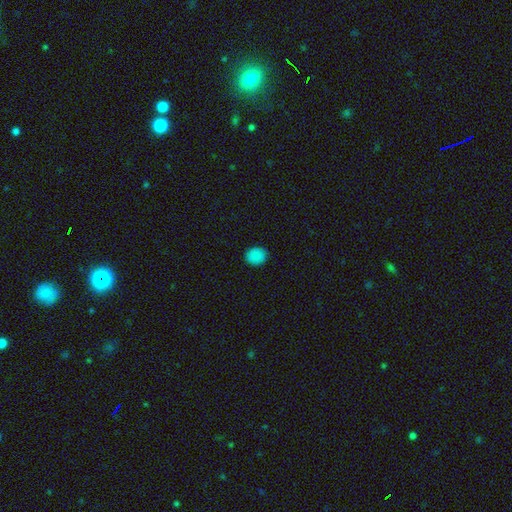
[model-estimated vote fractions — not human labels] Smooth or featured?
  - smooth: 85% *
  - star or artifact: 12%
  - featured or disk: 3%
How rounded?
  - round: 67% *
  - in between: 32%
  - cigar-shaped: 1%
Merging?
  - none: 89% *
  - minor disturbance: 8%
  - major disturbance: 2%
  - merger: 1%